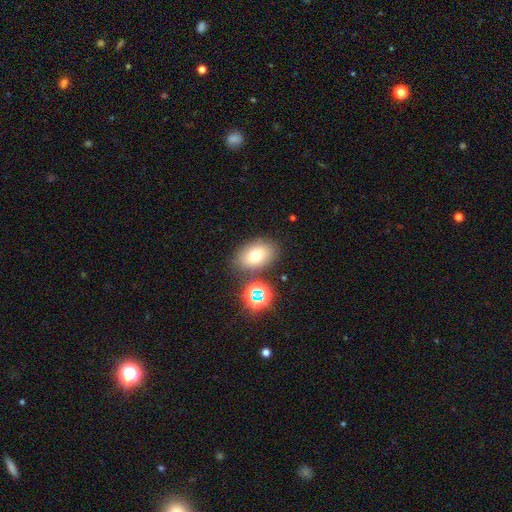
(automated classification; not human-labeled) Smooth or featured? smooth (71%)
How rounded? in between (79%)
Merging? none (78%)